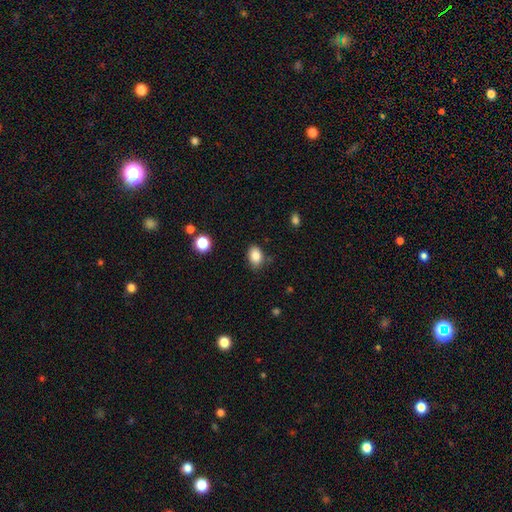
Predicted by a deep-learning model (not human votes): Overall: smooth (85%). How rounded: in between (80%). Merging: none (81%).